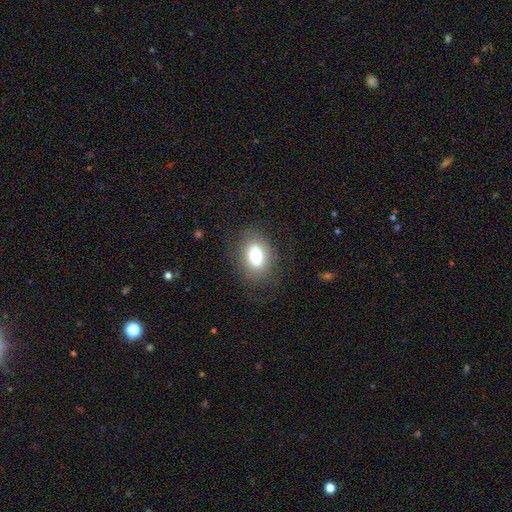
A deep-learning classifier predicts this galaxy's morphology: This is likely a smooth galaxy (77%). How rounded: clearly in between (84%). Merging: likely none (76%).